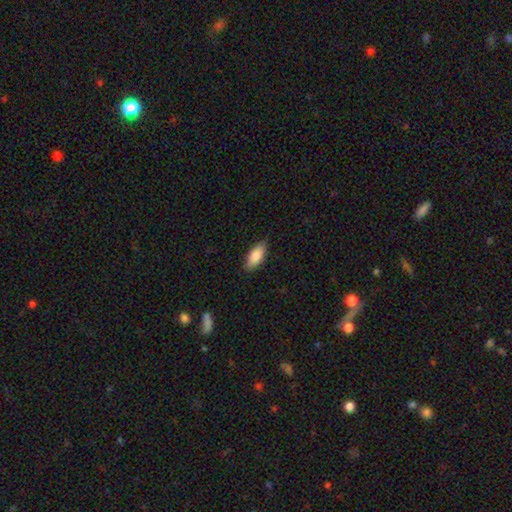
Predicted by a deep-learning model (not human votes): smooth_or_featured: smooth (p=0.83) [alt: featured or disk p=0.11]
how_rounded: in between (p=0.85) [alt: cigar-shaped p=0.13]
merging: none (p=0.86) [alt: minor disturbance p=0.11]